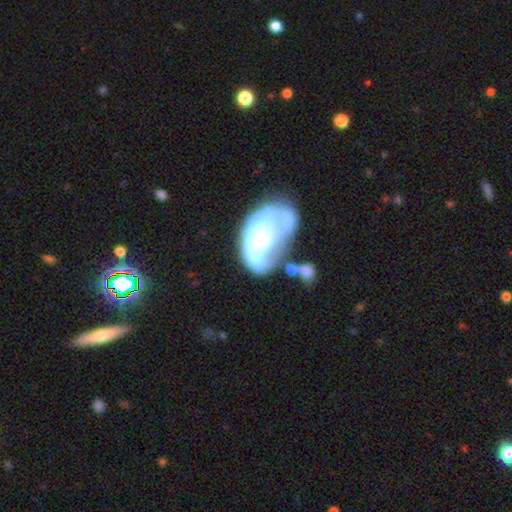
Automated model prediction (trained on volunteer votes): Overall: featured or disk (68%). Edge-on disk: no (97%). Bar: no (82%). Spiral arms: no (63%; yes 37%). Bulge size: moderate (37%; small 29%). Merging: major disturbance (31%; merger 30%).